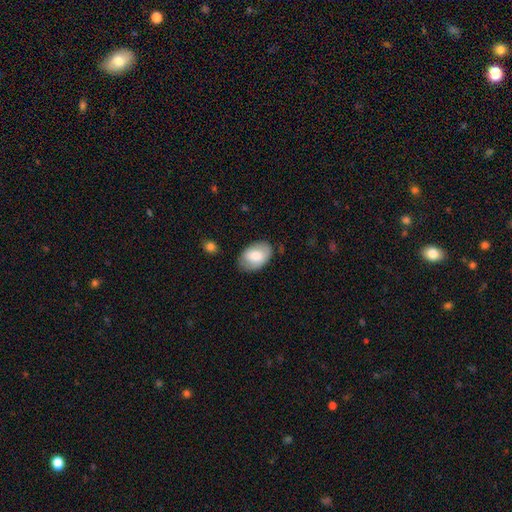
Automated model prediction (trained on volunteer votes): Smooth or featured: smooth — 73% (featured or disk — 21%)
How rounded: in between — 88% (round — 11%)
Merging: none — 76% (minor disturbance — 18%)